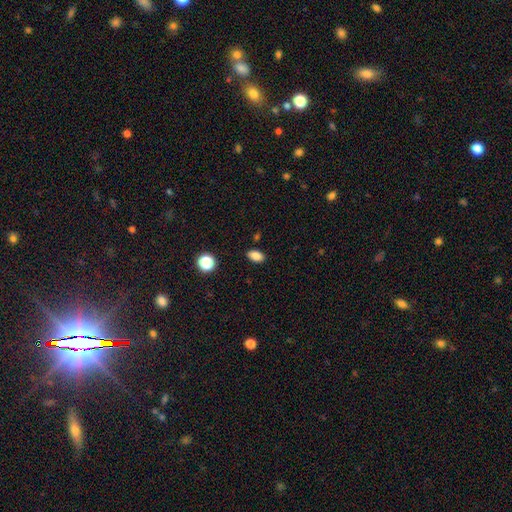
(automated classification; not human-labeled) Overall: smooth (85%). How rounded: in between (88%). Merging: none (87%).